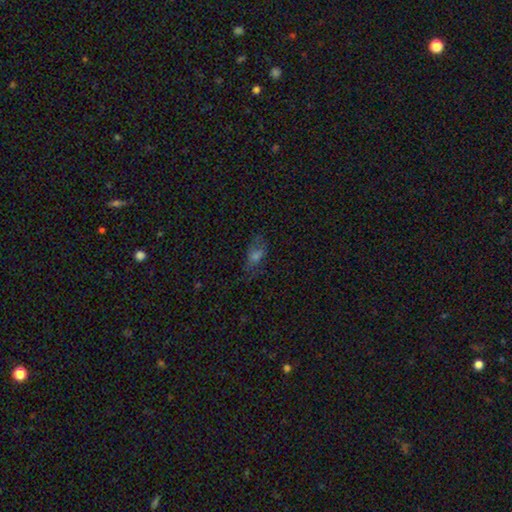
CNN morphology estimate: Smooth or featured?
  - smooth: 49% *
  - featured or disk: 27%
  - star or artifact: 24%
Merging?
  - none: 67% *
  - minor disturbance: 21%
  - major disturbance: 10%
  - merger: 2%